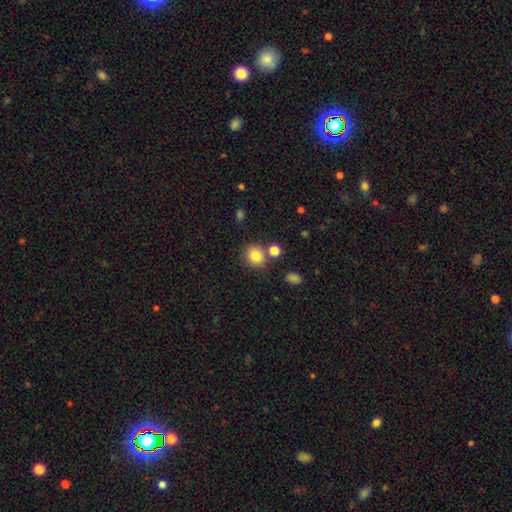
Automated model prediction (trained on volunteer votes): Smooth or featured? Predicted: smooth (p=0.82). How rounded? Predicted: round (p=0.80). Merging? Predicted: none (p=0.73).